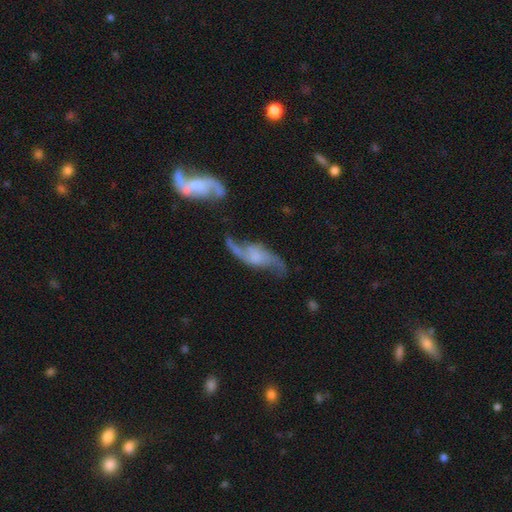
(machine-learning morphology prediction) Smooth or featured? featured or disk (82%)
Edge-on disk? no (91%)
Bar? no (53%)
Spiral arms? yes (94%)
Spiral winding? loose (83%)
Spiral arm count? 2 (91%)
Bulge size? none (44%)
Merging? none (57%)